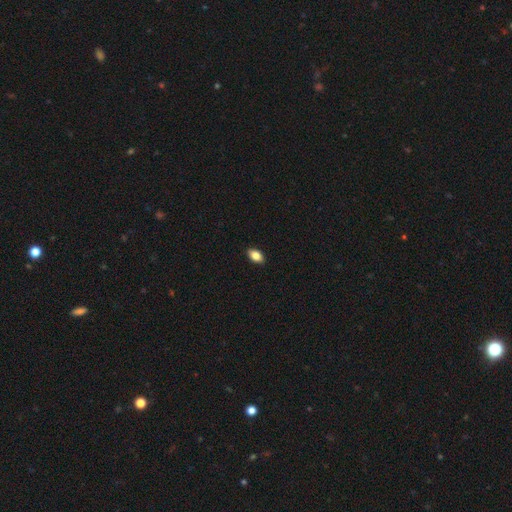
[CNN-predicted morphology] This is clearly a smooth galaxy (84%). How rounded: clearly in between (90%). Merging: clearly none (90%).